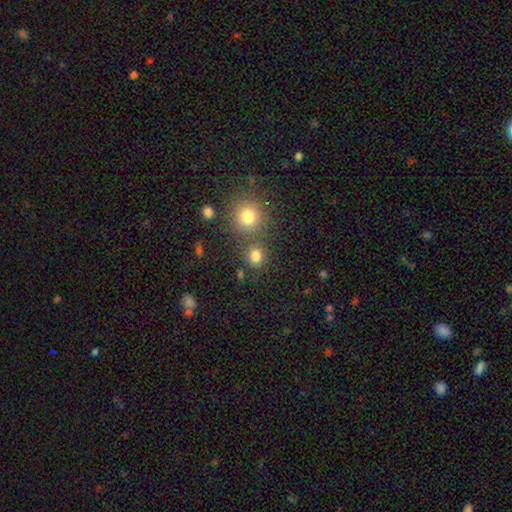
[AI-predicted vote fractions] smooth_or_featured: smooth (p=0.80) [alt: star or artifact p=0.15]
how_rounded: round (p=0.82) [alt: in between p=0.17]
merging: none (p=0.70) [alt: merger p=0.17]